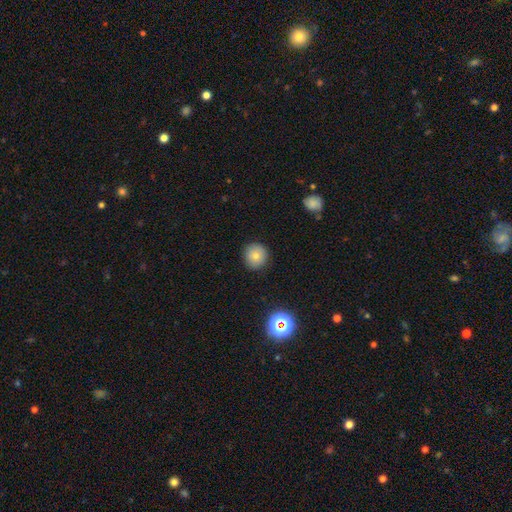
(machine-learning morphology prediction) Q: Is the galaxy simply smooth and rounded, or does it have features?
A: smooth — 76%.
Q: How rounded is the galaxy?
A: round — 92%.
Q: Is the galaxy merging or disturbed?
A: none — 90%.